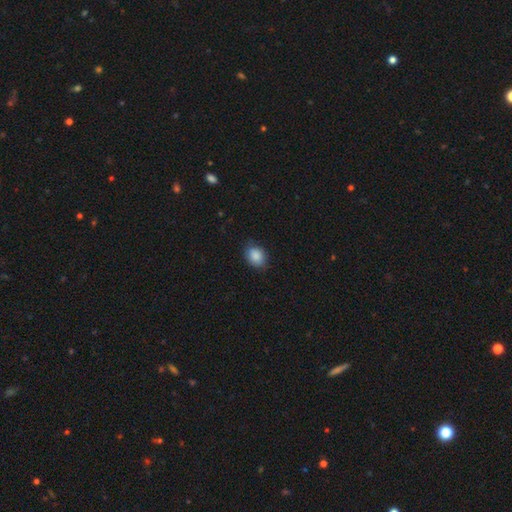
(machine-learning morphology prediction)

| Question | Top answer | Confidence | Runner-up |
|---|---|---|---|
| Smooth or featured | smooth | 88% | star or artifact (8%) |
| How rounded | in between | 57% | round (42%) |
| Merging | none | 79% | minor disturbance (17%) |